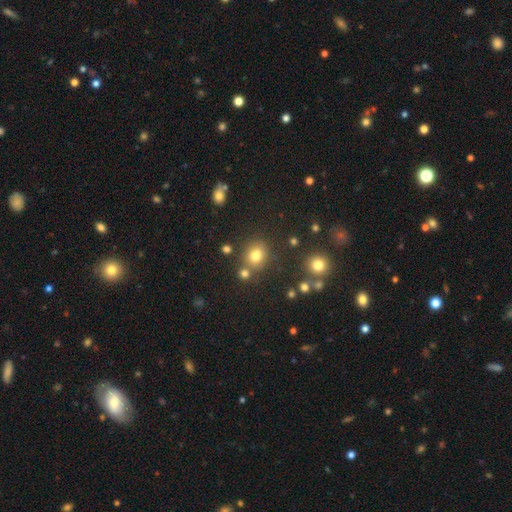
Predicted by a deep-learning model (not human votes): Morphology: type=smooth (75%); roundness=round (64%); merging=none (72%).